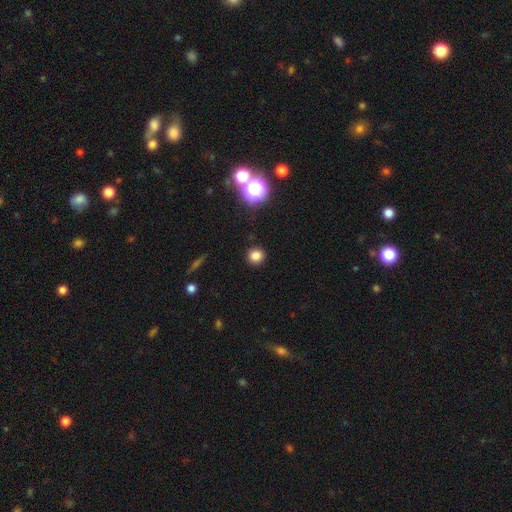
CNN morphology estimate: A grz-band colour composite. It shows a smooth galaxy with no disk features (81%) that is round (89%). Merging: none (91%).